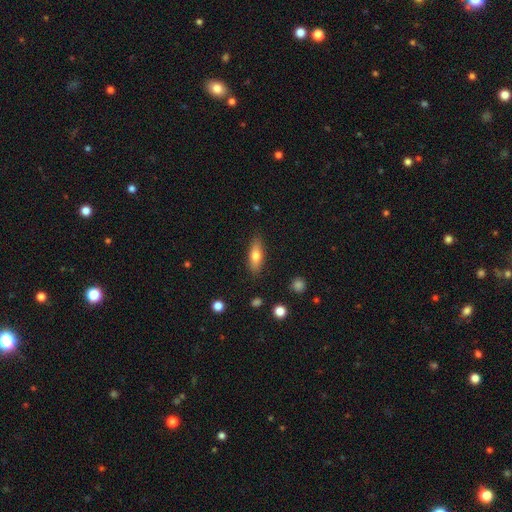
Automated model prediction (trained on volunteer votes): smooth 67%, featured or disk 26%, star or artifact 7%. Down the decision tree: how rounded — in between (57%); merging — none (86%).